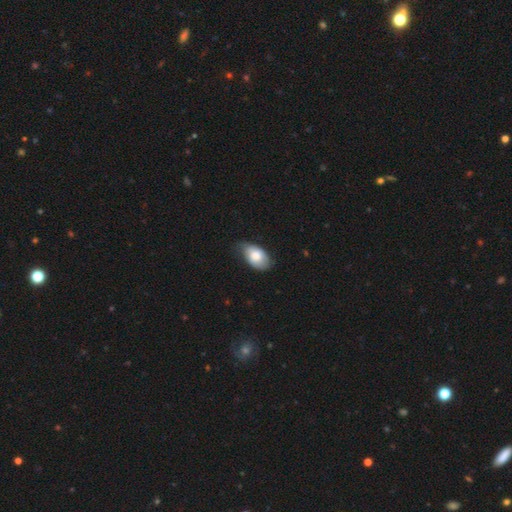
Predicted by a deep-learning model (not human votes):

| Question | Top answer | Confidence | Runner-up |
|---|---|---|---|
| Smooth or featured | smooth | 74% | featured or disk (20%) |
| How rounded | in between | 92% | round (6%) |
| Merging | none | 54% | minor disturbance (38%) |